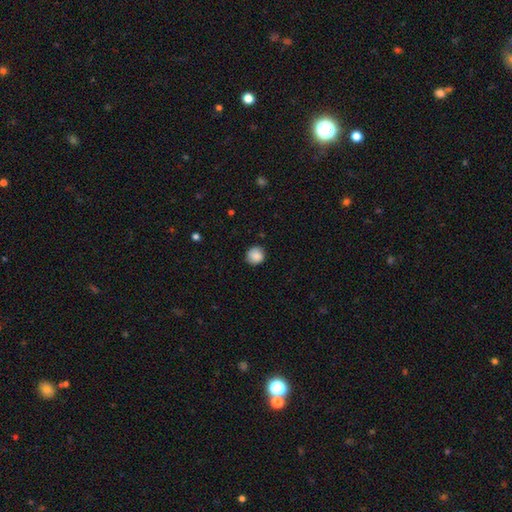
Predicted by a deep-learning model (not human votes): Smooth or featured: smooth — 87% (star or artifact — 8%)
How rounded: round — 90% (in between — 9%)
Merging: none — 86% (minor disturbance — 11%)